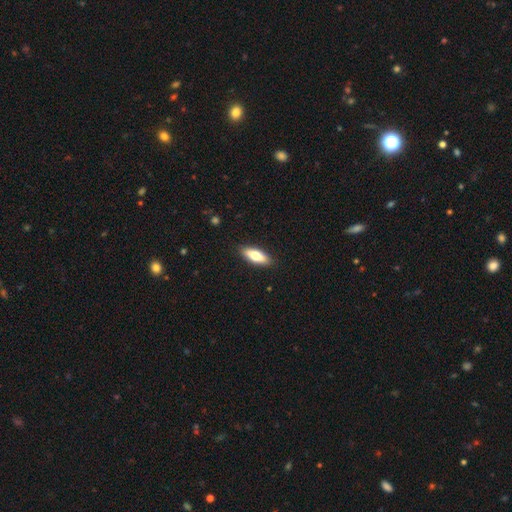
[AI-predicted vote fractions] Morphology: type=smooth (72%); roundness=in between (64%); merging=none (89%).